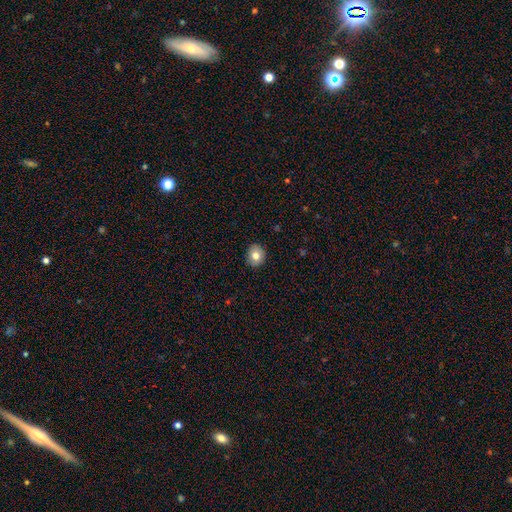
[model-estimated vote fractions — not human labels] Q: Smooth or featured?
A: smooth (78%); runner-up: featured or disk (14%)
Q: How rounded?
A: round (75%); runner-up: in between (24%)
Q: Merging?
A: none (88%); runner-up: minor disturbance (10%)